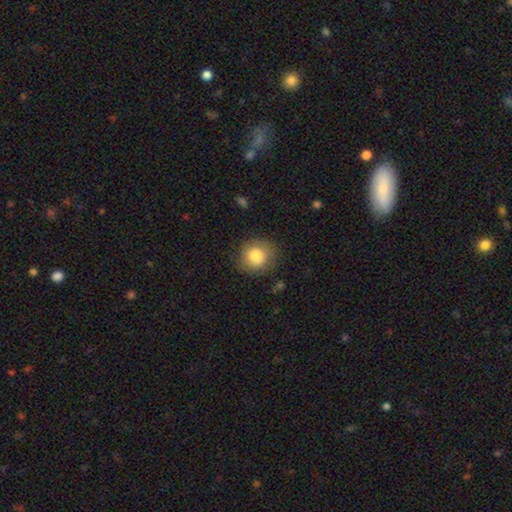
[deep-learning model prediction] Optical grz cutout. It shows a smooth galaxy with no disk features (83%) that is round (84%). Merging: none (78%).